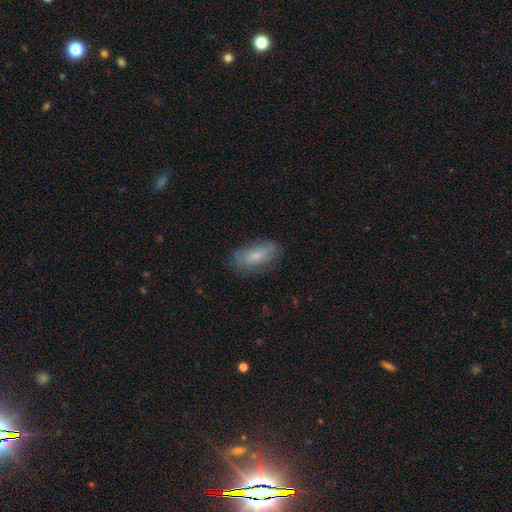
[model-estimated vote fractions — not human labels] Smooth or featured: smooth — 67% (featured or disk — 26%)
How rounded: in between — 84% (cigar-shaped — 12%)
Merging: none — 74% (minor disturbance — 20%)